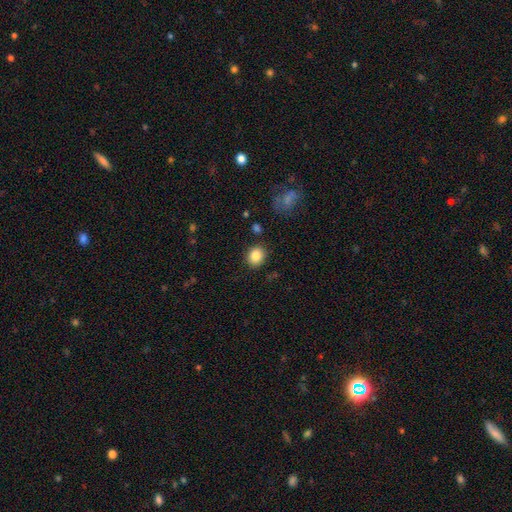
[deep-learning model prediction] The model was most divided on "how rounded": round: 63%, in between: 36%, cigar-shaped: 1%. More confident: merging — none (86%); smooth or featured — smooth (85%).